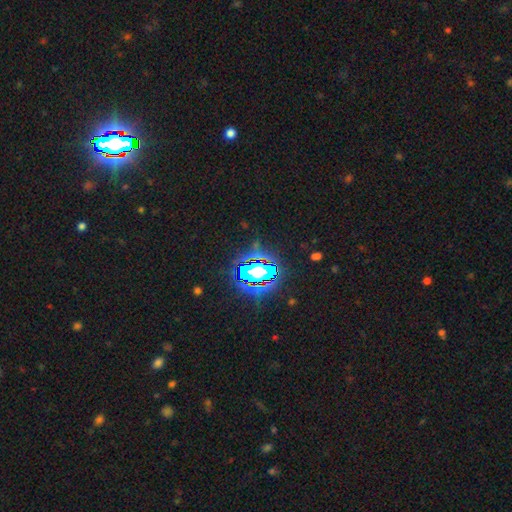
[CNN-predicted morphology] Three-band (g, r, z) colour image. It shows a star or artifact, not a galaxy (84%).